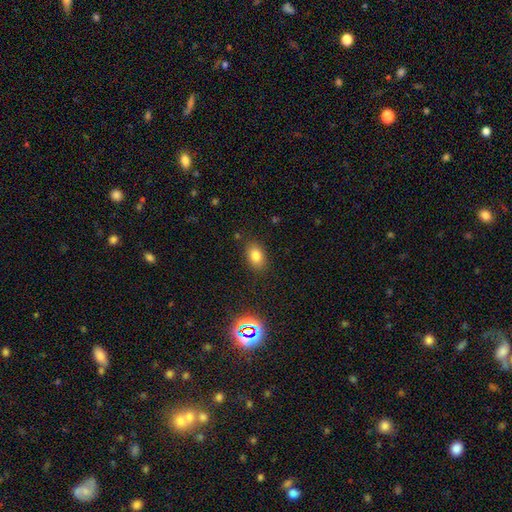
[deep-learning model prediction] smooth_or_featured: smooth (p=0.78) [alt: star or artifact p=0.13]
how_rounded: in between (p=0.80) [alt: round p=0.18]
merging: none (p=0.84) [alt: minor disturbance p=0.11]